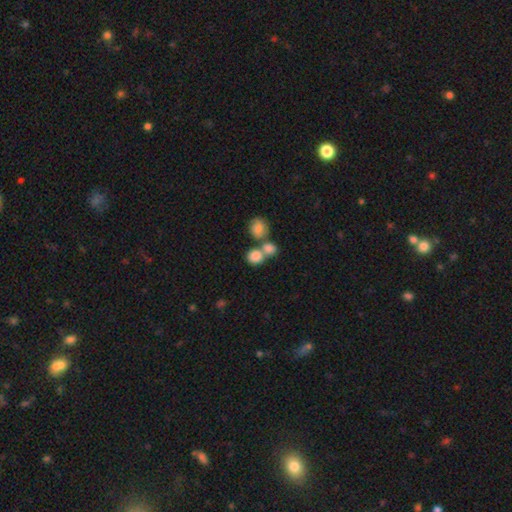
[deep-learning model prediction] The model was most divided on "merging": merger: 51%, none: 38%, minor disturbance: 7%, major disturbance: 3%. More confident: smooth or featured — smooth (82%); how rounded — round (77%).